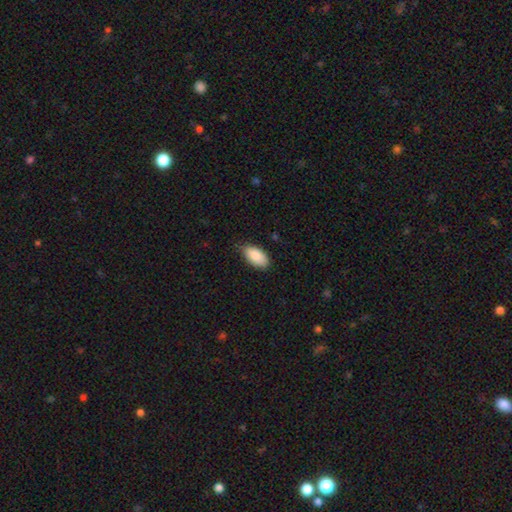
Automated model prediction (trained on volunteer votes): A smooth galaxy with no disk features (88%) that is in between round and cigar-shaped (94%). Merging: none (73%).